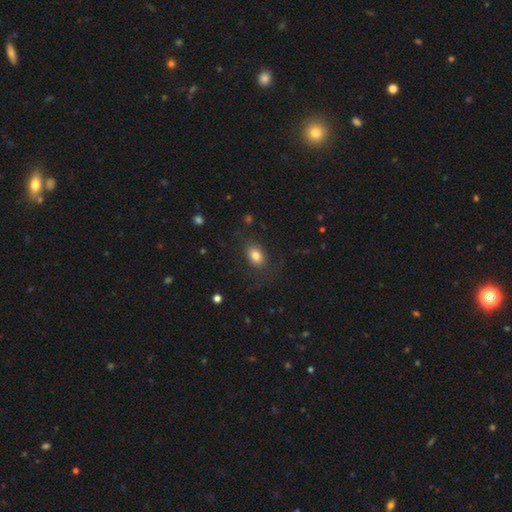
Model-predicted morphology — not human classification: The model was most divided on "how rounded": in between: 75%, round: 24%, cigar-shaped: 1%. More confident: smooth or featured — smooth (81%); merging — none (79%).